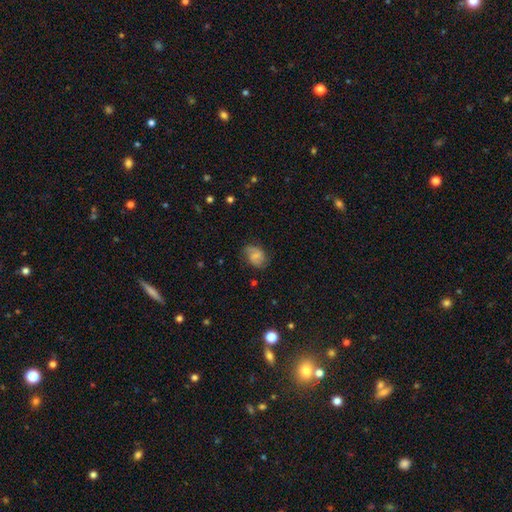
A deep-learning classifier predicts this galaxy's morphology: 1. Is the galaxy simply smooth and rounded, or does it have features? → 48% featured or disk, 42% smooth, 10% star or artifact.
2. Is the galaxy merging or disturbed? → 67% none, 23% minor disturbance, 9% major disturbance, 2% merger.